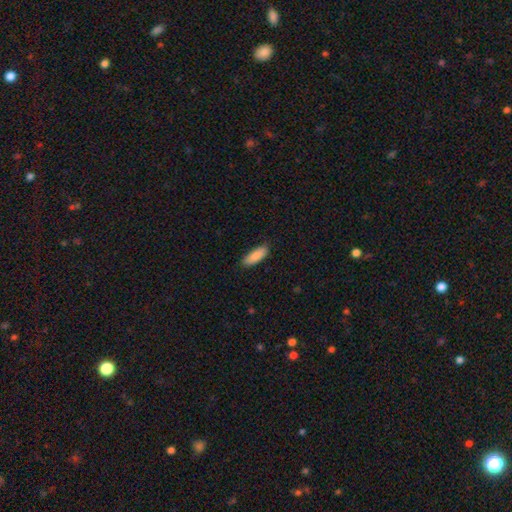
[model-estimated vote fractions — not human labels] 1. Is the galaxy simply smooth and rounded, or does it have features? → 88% smooth, 6% featured or disk, 6% star or artifact.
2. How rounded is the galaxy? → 67% in between, 32% cigar-shaped, 2% round.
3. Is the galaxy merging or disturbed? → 85% none, 12% minor disturbance, 2% major disturbance, 1% merger.